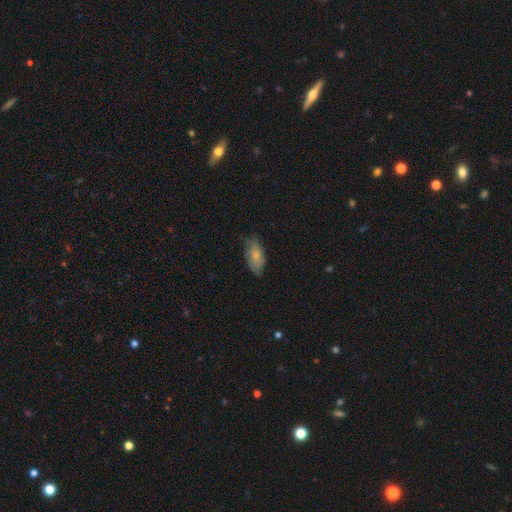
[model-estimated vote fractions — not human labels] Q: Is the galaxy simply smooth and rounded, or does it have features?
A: smooth — 67%.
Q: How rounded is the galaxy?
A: in between — 91%.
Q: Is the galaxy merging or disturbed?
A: none — 60%.